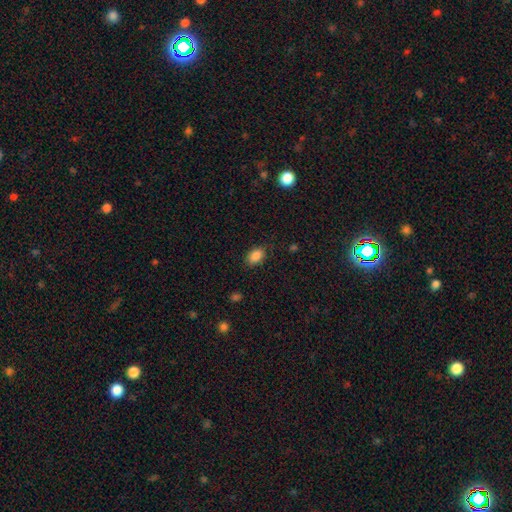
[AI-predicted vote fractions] smooth 87%, star or artifact 9%, featured or disk 4%. Down the decision tree: how rounded — in between (85%); merging — none (82%).